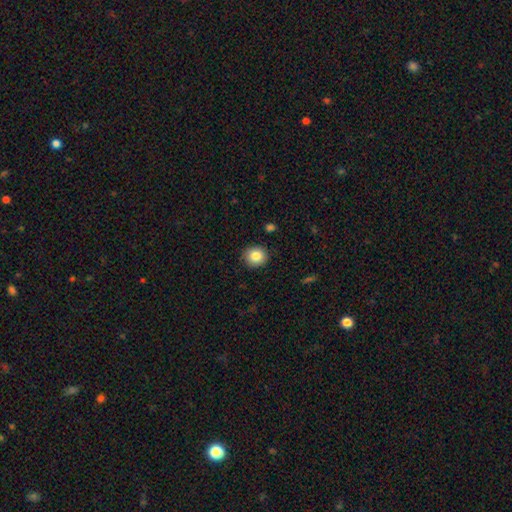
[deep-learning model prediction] Smooth or featured? smooth (84%)
How rounded? round (83%)
Merging? none (90%)